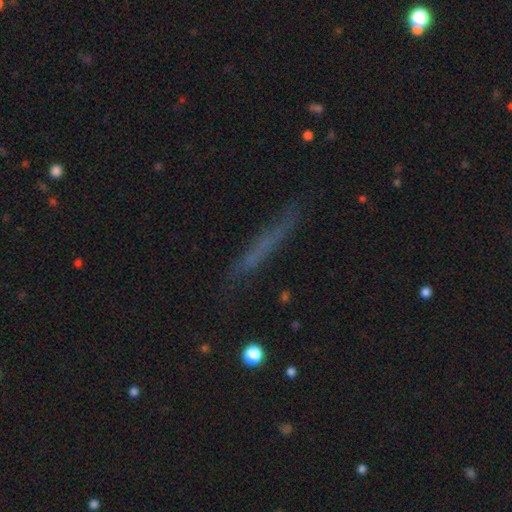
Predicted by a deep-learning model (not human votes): Morphology: type=smooth (49%); merging=none (77%).